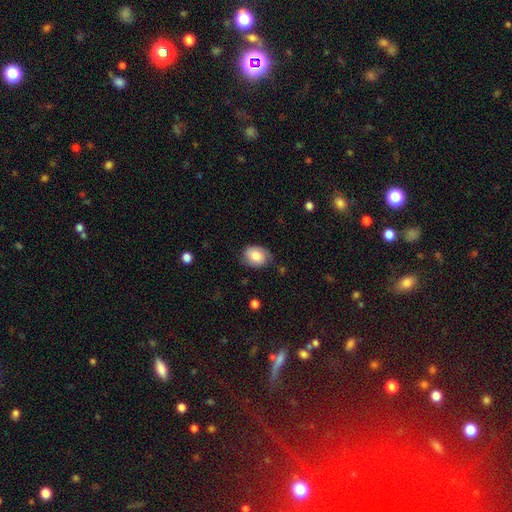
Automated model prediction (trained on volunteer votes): Smooth or featured? smooth (71%)
How rounded? in between (70%)
Merging? none (69%)